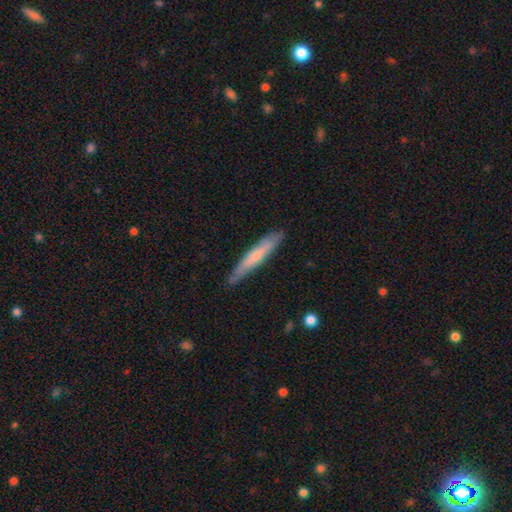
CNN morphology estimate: Smooth or featured?
  - smooth: 56% *
  - featured or disk: 38%
  - star or artifact: 5%
How rounded?
  - cigar-shaped: 93% *
  - in between: 6%
  - round: 1%
Merging?
  - none: 82% *
  - minor disturbance: 15%
  - major disturbance: 2%
  - merger: 1%